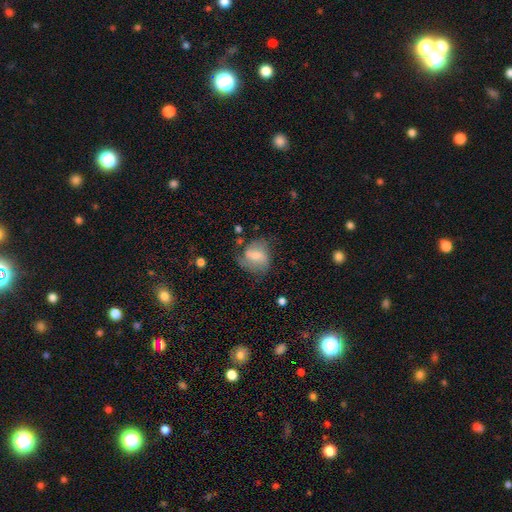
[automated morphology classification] smooth_or_featured: smooth (p=0.51) [alt: featured or disk p=0.41]
how_rounded: round (p=0.58) [alt: in between p=0.41]
merging: none (p=0.49) [alt: minor disturbance p=0.30]